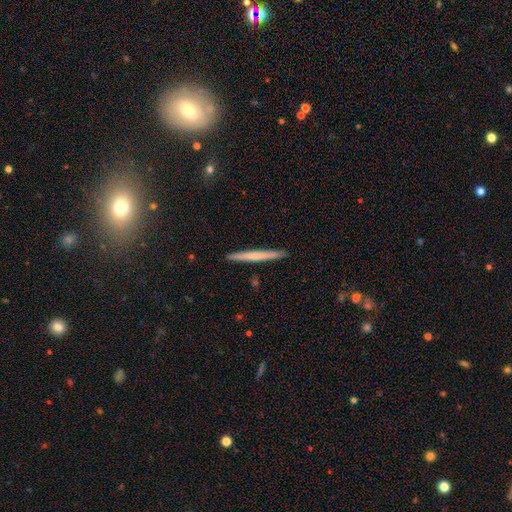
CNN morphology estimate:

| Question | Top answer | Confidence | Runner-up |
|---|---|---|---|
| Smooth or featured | smooth | 51% | featured or disk (44%) |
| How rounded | cigar-shaped | 97% | in between (2%) |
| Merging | none | 92% | minor disturbance (6%) |